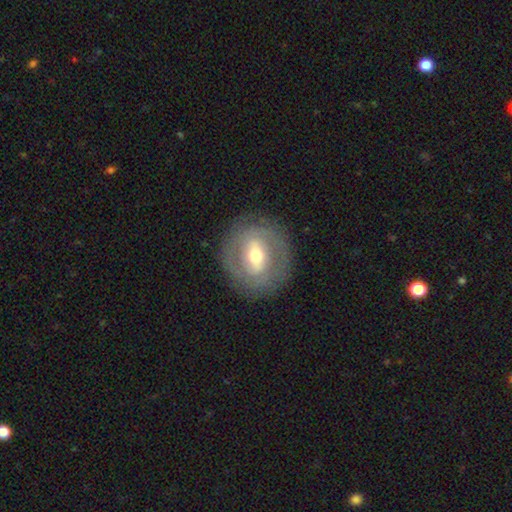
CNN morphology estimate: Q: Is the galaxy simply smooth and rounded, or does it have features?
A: featured or disk — 71%.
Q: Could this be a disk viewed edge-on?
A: no — 94%.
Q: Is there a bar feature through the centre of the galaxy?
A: weak — 42%.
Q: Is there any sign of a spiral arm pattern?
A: yes — 65%.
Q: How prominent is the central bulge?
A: moderate — 66%.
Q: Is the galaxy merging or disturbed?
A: none — 83%.